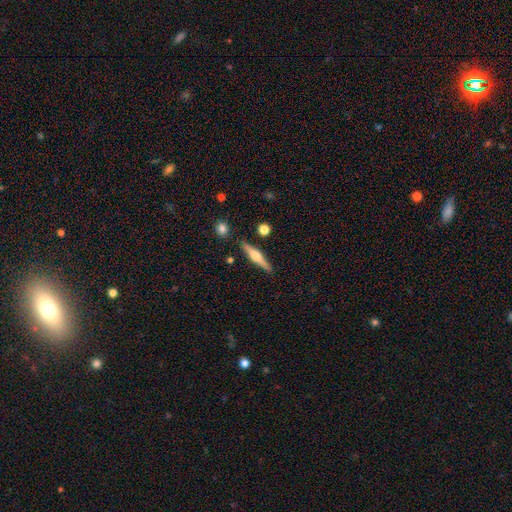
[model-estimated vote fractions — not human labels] smooth-or-featured: featured or disk: 59% | smooth: 34% | star or artifact: 6%
  disk-edge-on: yes: 96% | no: 4%
    edge-on-bulge: rounded: 90% | boxy: 6% | none: 4%
  merging: none: 86% | minor disturbance: 9% | merger: 3% | major disturbance: 2%